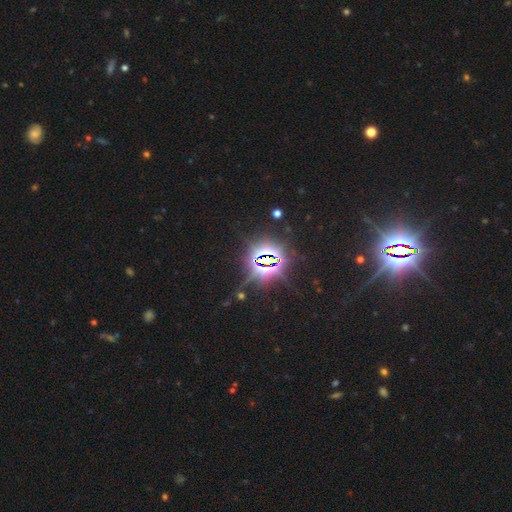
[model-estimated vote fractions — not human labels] Smooth or featured? star or artifact (87%)